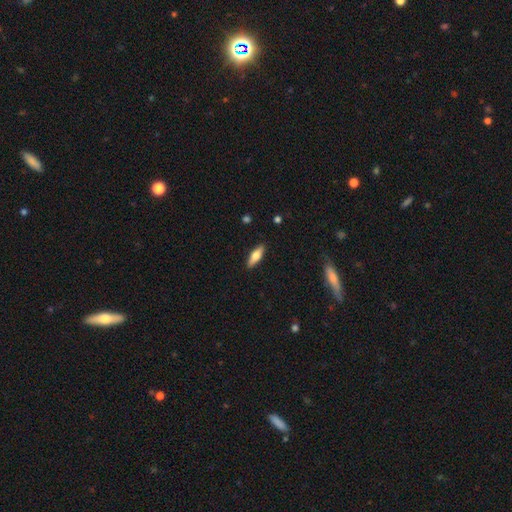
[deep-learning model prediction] smooth 63%, featured or disk 31%, star or artifact 6%. Down the decision tree: how rounded — in between (49%); merging — none (90%).